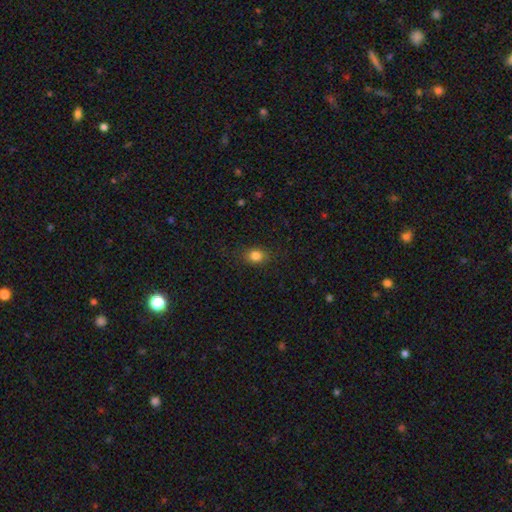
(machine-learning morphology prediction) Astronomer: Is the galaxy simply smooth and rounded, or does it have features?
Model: smooth — 83%.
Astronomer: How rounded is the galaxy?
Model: in between — 57% (runner-up: round, 41%).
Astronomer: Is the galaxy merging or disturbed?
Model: none — 84%.